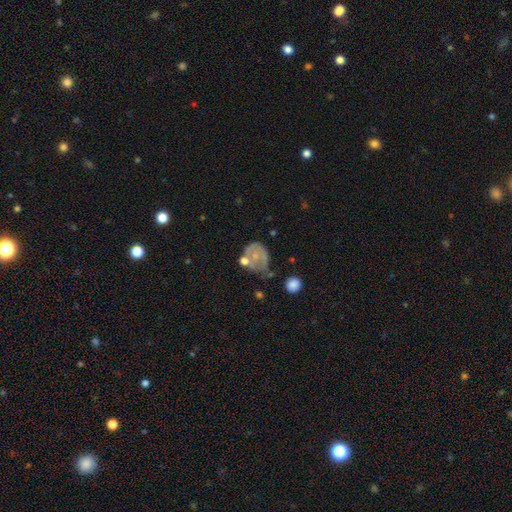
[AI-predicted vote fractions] Q: Smooth or featured?
A: smooth (46%); runner-up: featured or disk (45%)
Q: Merging?
A: none (30%); runner-up: major disturbance (28%)